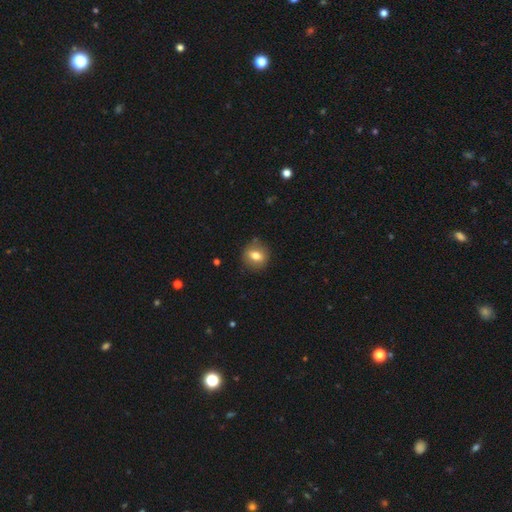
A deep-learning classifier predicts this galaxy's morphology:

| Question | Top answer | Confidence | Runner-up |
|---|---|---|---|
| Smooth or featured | smooth | 73% | featured or disk (18%) |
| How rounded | round | 73% | in between (25%) |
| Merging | none | 85% | minor disturbance (10%) |